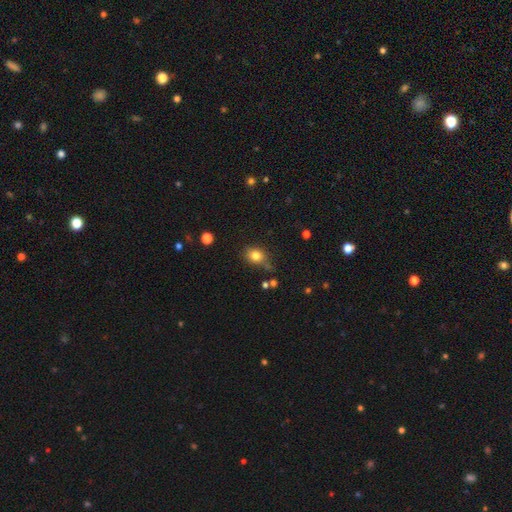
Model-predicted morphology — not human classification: Q: Smooth or featured?
A: smooth (81%); runner-up: star or artifact (12%)
Q: How rounded?
A: round (55%); runner-up: in between (44%)
Q: Merging?
A: none (66%); runner-up: minor disturbance (22%)